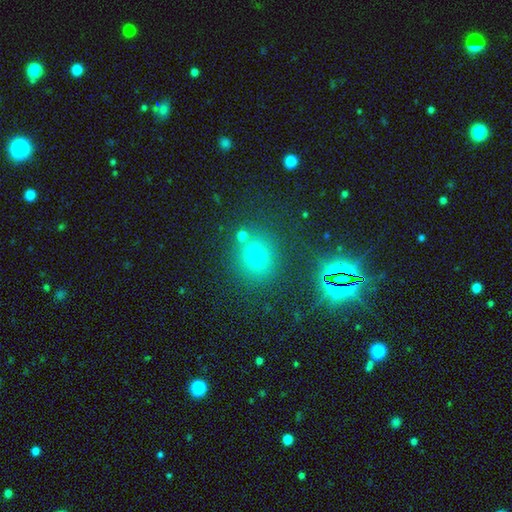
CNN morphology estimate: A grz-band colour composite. It shows a smooth galaxy with no disk features (68%) that is round (73%). Merging: none (73%).